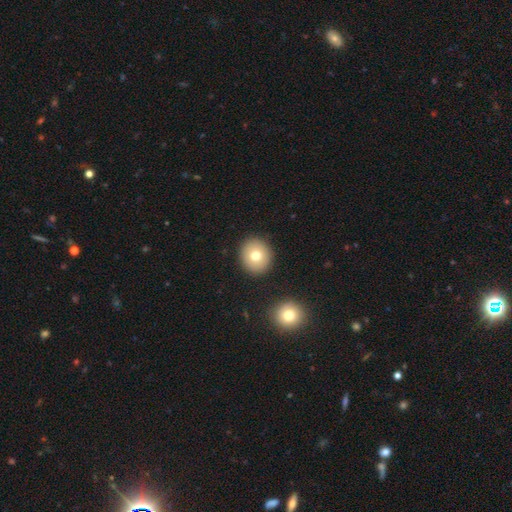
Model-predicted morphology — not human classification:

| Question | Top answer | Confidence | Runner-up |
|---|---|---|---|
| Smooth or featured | smooth | 74% | featured or disk (15%) |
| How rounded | round | 84% | in between (15%) |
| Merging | none | 90% | minor disturbance (6%) |